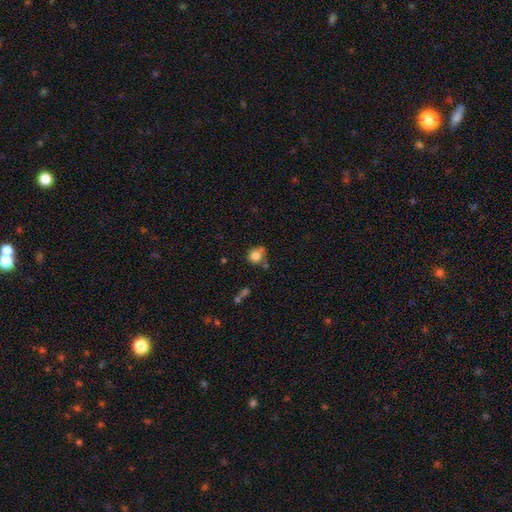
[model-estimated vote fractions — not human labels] The model was most divided on "merging": none: 64%, minor disturbance: 17%, merger: 13%, major disturbance: 5%. More confident: how rounded — round (86%); smooth or featured — smooth (81%).